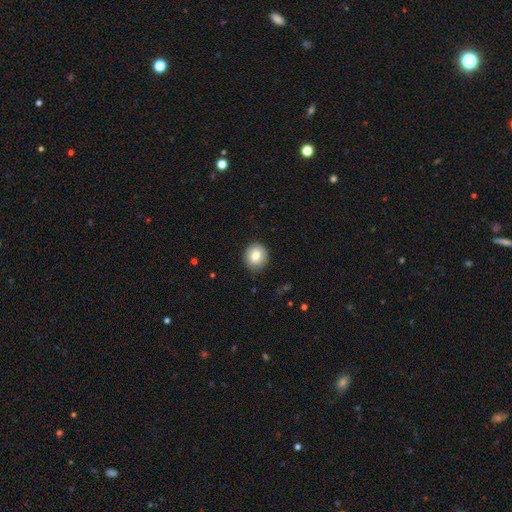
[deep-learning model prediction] Smooth or featured?
  - smooth: 77% *
  - featured or disk: 15%
  - star or artifact: 8%
How rounded?
  - round: 76% *
  - in between: 23%
  - cigar-shaped: 1%
Merging?
  - none: 84% *
  - minor disturbance: 12%
  - major disturbance: 3%
  - merger: 1%